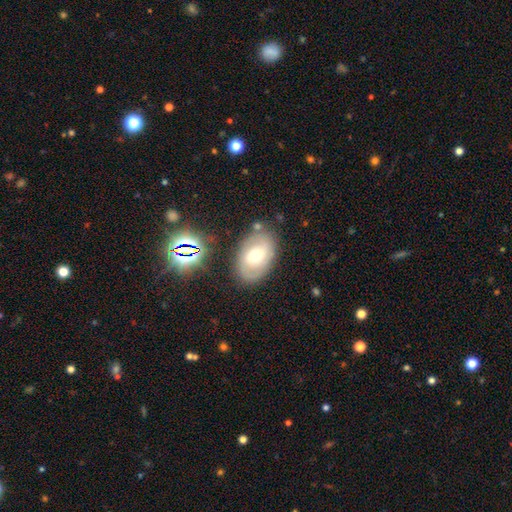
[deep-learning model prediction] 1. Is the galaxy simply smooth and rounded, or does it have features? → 50% featured or disk, 39% smooth, 11% star or artifact.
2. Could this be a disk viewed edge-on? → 93% no, 7% yes.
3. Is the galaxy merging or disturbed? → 78% none, 14% minor disturbance, 4% major disturbance, 4% merger.